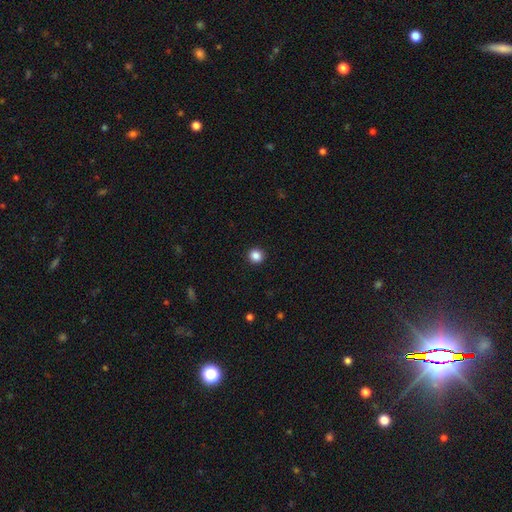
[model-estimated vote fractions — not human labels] smooth-or-featured: smooth: 86% | star or artifact: 11% | featured or disk: 4%
  how-rounded: round: 91% | in between: 8% | cigar-shaped: 1%
  merging: none: 93% | minor disturbance: 4% | major disturbance: 2% | merger: 1%